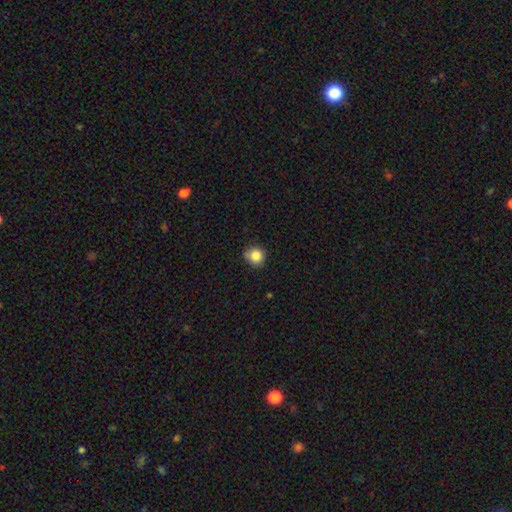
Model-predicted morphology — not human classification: Smooth or featured: smooth — 83% (star or artifact — 11%)
How rounded: round — 89% (in between — 10%)
Merging: none — 77% (minor disturbance — 18%)